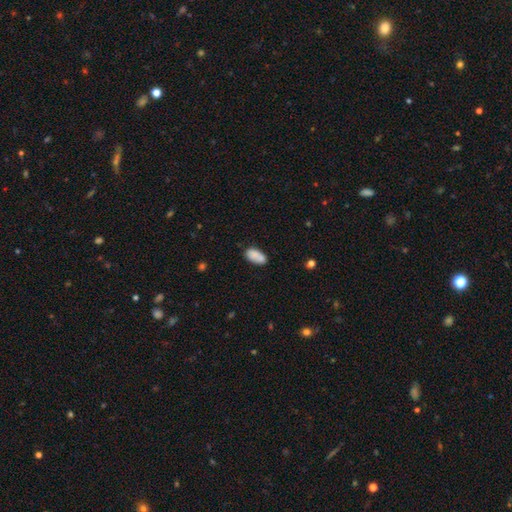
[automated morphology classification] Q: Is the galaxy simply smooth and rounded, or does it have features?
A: smooth — 84%.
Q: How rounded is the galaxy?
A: in between — 92%.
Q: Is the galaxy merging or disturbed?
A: none — 70%.